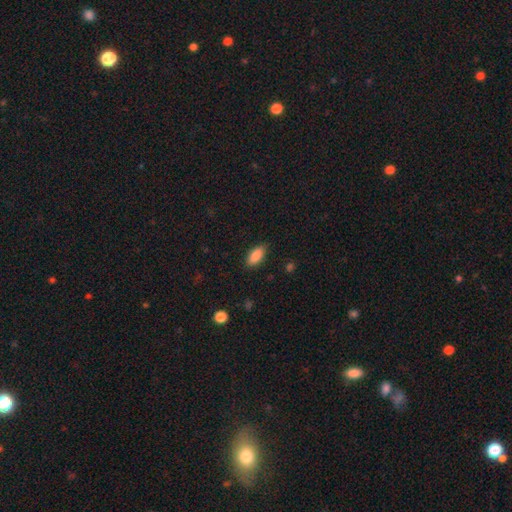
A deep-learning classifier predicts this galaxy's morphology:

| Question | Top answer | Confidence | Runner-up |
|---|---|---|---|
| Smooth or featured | smooth | 88% | star or artifact (7%) |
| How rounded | in between | 90% | cigar-shaped (8%) |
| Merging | none | 85% | minor disturbance (11%) |